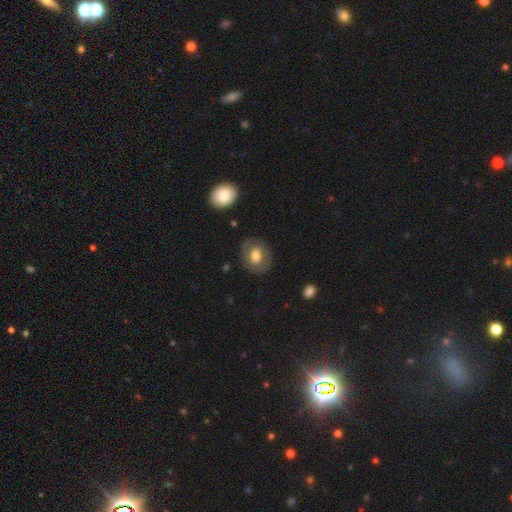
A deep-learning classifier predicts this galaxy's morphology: Overall: featured or disk (51%; smooth 42%). Edge-on disk: no (96%). Merging: none (80%).